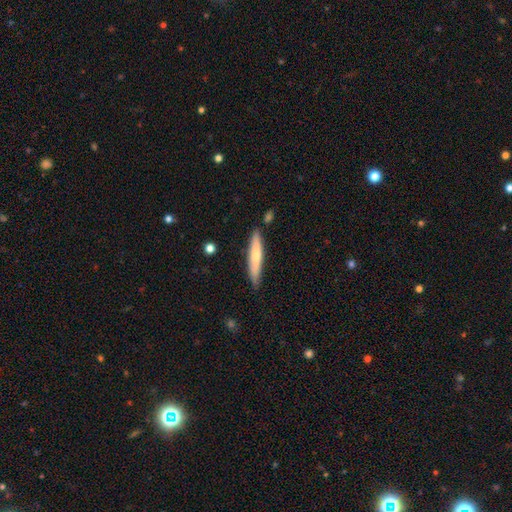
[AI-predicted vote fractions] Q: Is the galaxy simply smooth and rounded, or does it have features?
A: smooth — 61%.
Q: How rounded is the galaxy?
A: cigar-shaped — 90%.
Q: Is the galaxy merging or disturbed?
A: none — 82%.